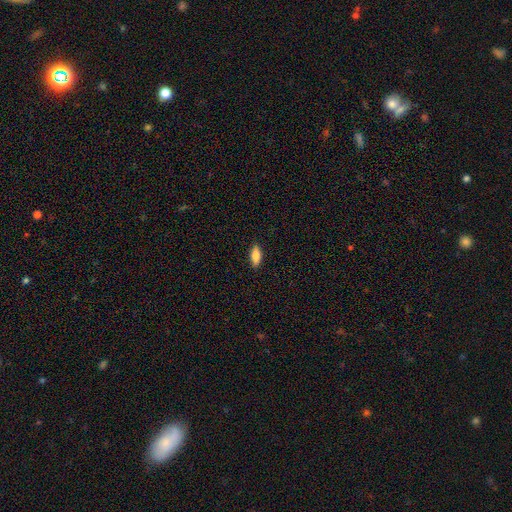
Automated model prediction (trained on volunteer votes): This appears to be a smooth galaxy with no disk features (77%) that is in between round and cigar-shaped (72%). Merging: none (88%).